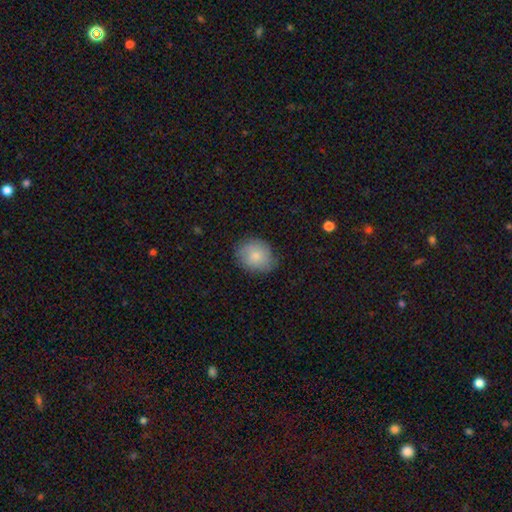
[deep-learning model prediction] A smooth galaxy with no disk features (77%) that is round (57%).

Vote fractions:
- Smooth or featured? smooth: 77% / featured or disk: 16% / star or artifact: 7%
- How rounded? round: 57% / in between: 42% / cigar-shaped: 1%
- Merging? none: 74% / minor disturbance: 20% / major disturbance: 5% / merger: 1%